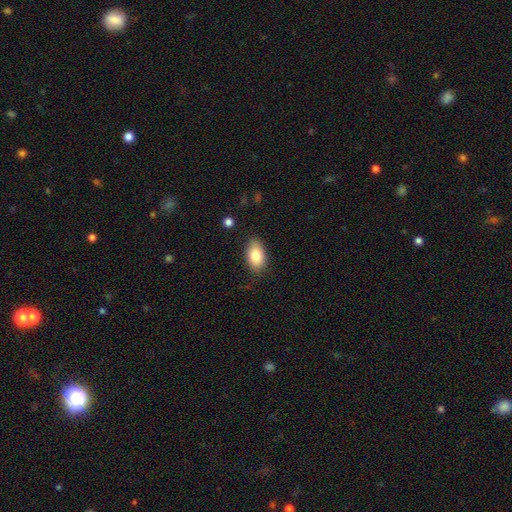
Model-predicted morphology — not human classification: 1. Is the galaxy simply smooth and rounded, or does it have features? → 83% smooth, 9% featured or disk, 7% star or artifact.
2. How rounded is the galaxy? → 92% in between, 6% round, 2% cigar-shaped.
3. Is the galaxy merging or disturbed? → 84% none, 12% minor disturbance, 3% major disturbance, 1% merger.